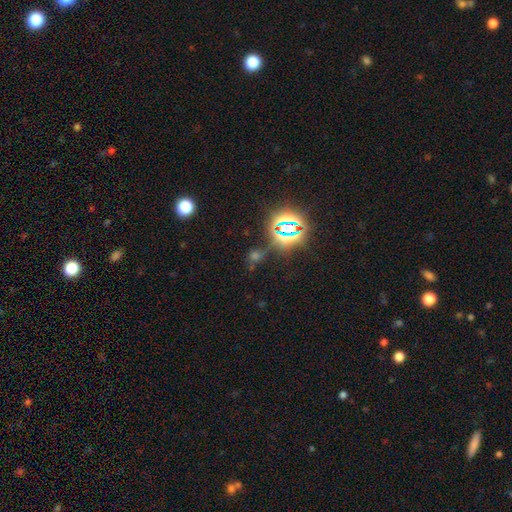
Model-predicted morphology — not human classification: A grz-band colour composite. It shows a star or artifact, not a galaxy (63%).